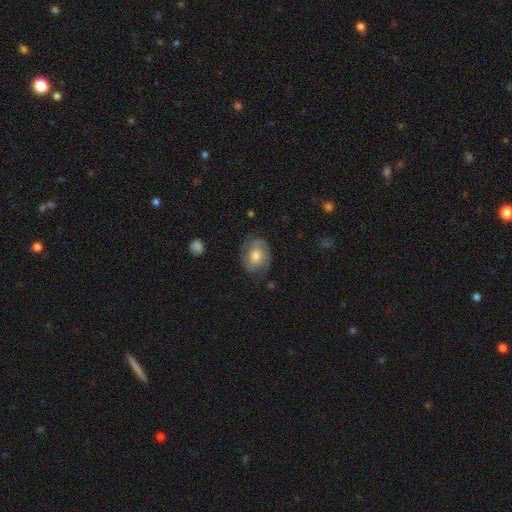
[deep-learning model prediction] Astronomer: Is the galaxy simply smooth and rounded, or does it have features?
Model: featured or disk — 66%.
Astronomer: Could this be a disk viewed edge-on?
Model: no — 97%.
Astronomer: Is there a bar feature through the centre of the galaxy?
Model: no — 70%.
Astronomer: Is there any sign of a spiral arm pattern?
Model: yes — 90%.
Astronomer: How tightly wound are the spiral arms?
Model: tight — 45% (runner-up: medium, 40%).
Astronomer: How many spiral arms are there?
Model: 2 — 82%.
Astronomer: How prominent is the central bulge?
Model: moderate — 66%.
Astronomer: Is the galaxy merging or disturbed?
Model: none — 73%.